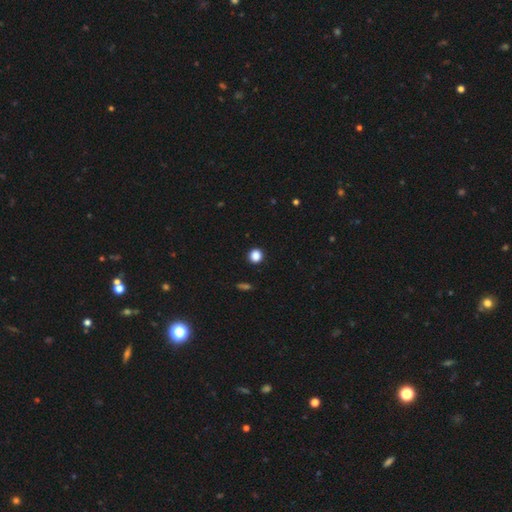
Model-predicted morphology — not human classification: Q: Smooth or featured?
A: smooth (86%); runner-up: star or artifact (11%)
Q: How rounded?
A: round (91%); runner-up: in between (8%)
Q: Merging?
A: none (92%); runner-up: minor disturbance (5%)